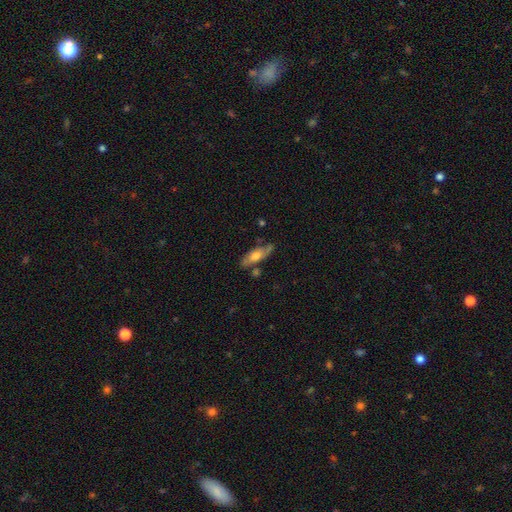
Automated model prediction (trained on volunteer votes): Smooth or featured: featured or disk — 48% (smooth — 46%)
Merging: none — 69% (minor disturbance — 19%)